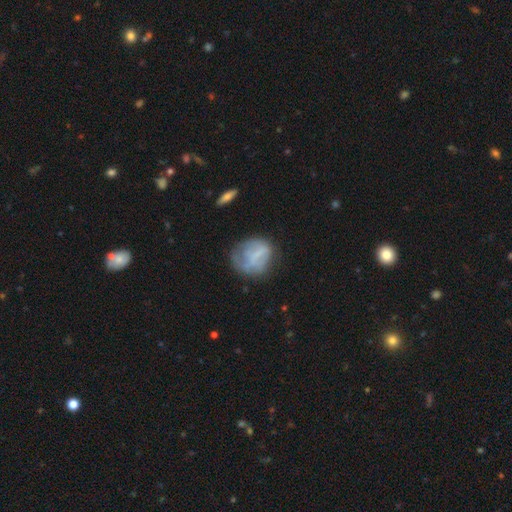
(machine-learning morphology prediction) The model was most divided on "smooth or featured": smooth: 52%, featured or disk: 38%, star or artifact: 10%. More confident: how rounded — round (69%); merging — none (51%).